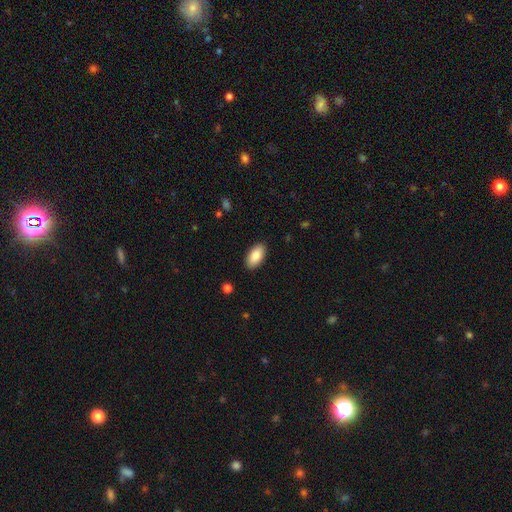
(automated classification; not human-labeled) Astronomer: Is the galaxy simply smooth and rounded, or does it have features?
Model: smooth — 87%.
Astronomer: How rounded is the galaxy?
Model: in between — 94%.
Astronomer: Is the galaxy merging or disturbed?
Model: none — 89%.